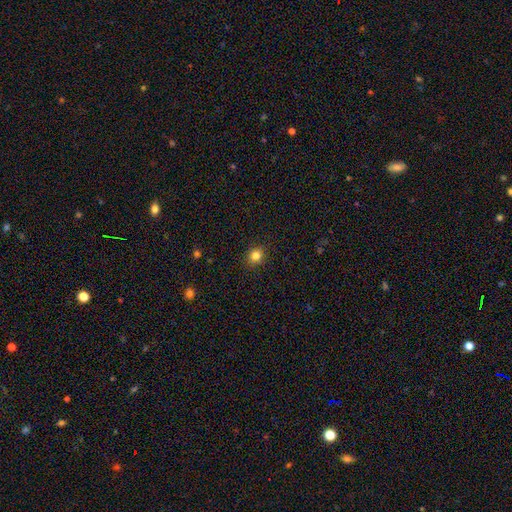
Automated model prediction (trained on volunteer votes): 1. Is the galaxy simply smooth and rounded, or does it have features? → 82% smooth, 13% star or artifact, 5% featured or disk.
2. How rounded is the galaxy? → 83% round, 16% in between, 1% cigar-shaped.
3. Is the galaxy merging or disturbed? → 90% none, 7% minor disturbance, 2% major disturbance, 1% merger.